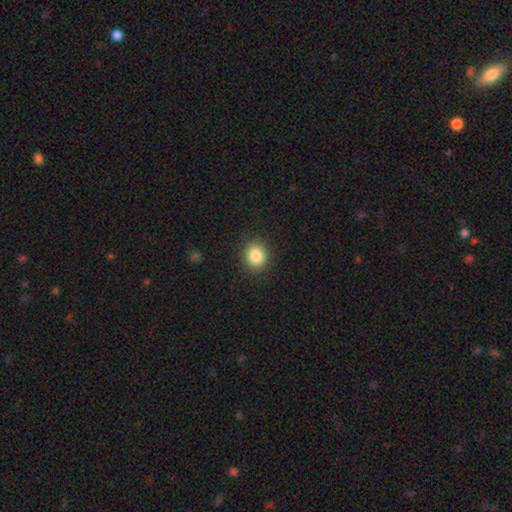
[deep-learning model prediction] Smooth or featured: smooth — 85% (star or artifact — 10%)
How rounded: round — 74% (in between — 25%)
Merging: none — 90% (minor disturbance — 7%)